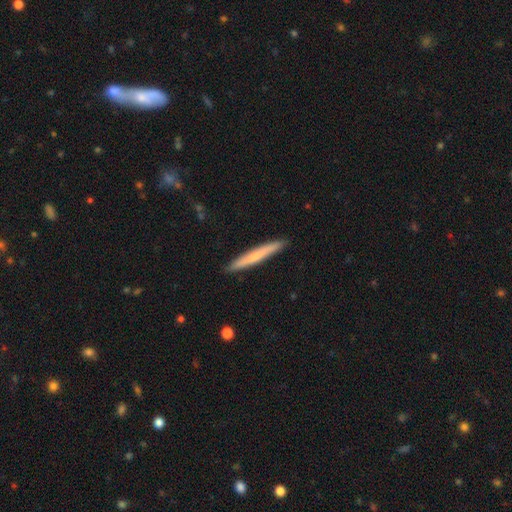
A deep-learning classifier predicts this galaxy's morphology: smooth-or-featured: smooth: 63% | featured or disk: 32% | star or artifact: 5%
  how-rounded: cigar-shaped: 96% | in between: 3% | round: 1%
  merging: none: 91% | minor disturbance: 7% | major disturbance: 1% | merger: 1%